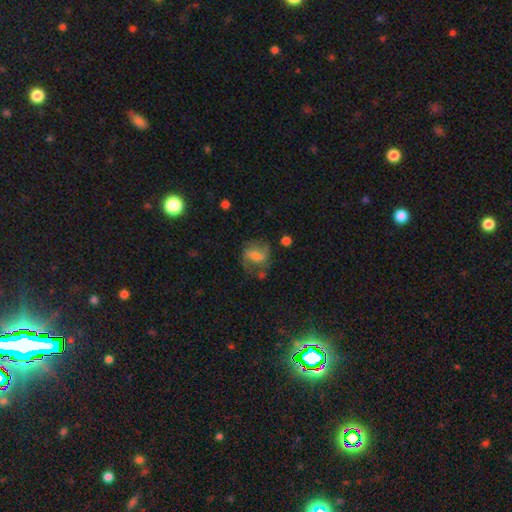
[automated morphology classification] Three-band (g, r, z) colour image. It shows a featured or disk galaxy (56%) with a weak bar (45%), spiral arms (82%) and a small central bulge (44%). Merging: none (53%).